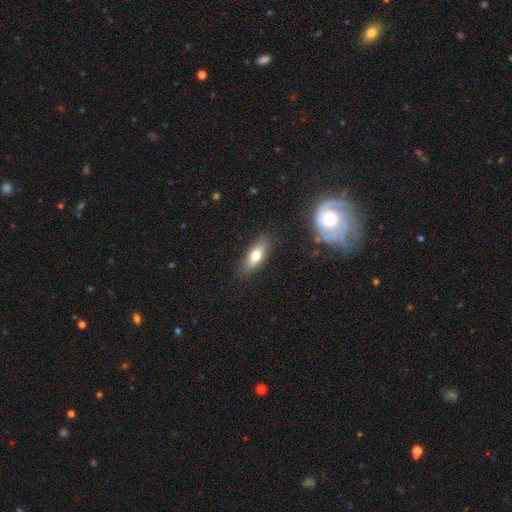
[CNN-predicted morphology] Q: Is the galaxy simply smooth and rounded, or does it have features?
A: smooth — 69%.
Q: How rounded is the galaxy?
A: in between — 66%.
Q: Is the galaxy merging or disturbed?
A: none — 85%.